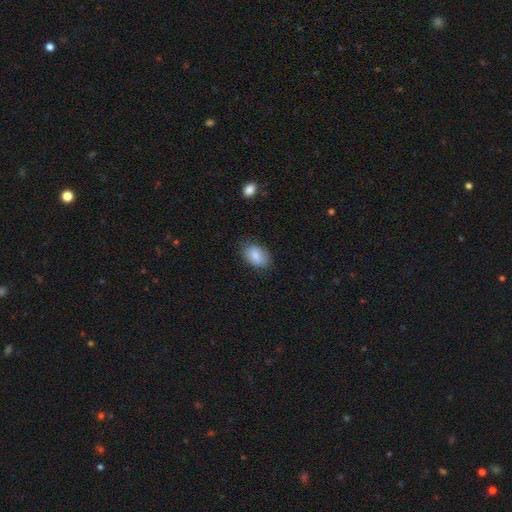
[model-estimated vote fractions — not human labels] smooth-or-featured: smooth: 82% | featured or disk: 11% | star or artifact: 7%
  how-rounded: in between: 88% | round: 10% | cigar-shaped: 2%
  merging: none: 76% | minor disturbance: 19% | major disturbance: 4% | merger: 1%